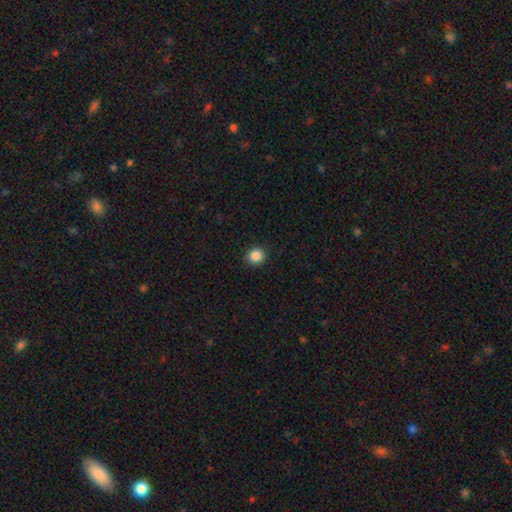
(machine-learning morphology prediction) smooth 87%, star or artifact 10%, featured or disk 3%. Down the decision tree: how rounded — round (89%); merging — none (92%).